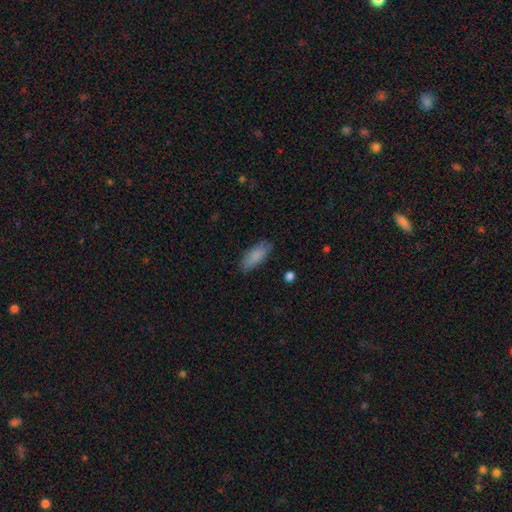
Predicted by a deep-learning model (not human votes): Smooth or featured: smooth — 84% (featured or disk — 9%)
How rounded: in between — 73% (cigar-shaped — 25%)
Merging: none — 80% (minor disturbance — 15%)